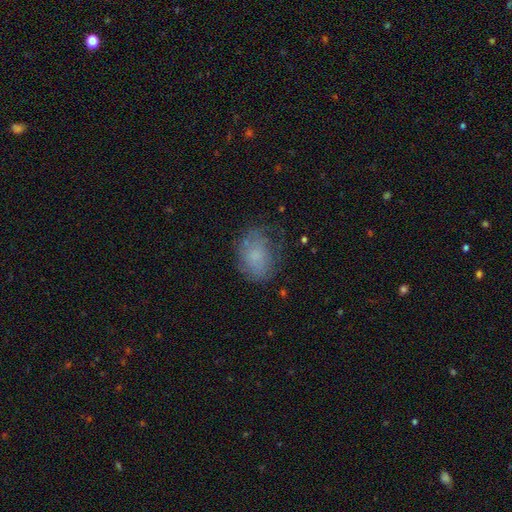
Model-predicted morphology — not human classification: This appears to be a smooth galaxy with no disk features (60%) that is in between round and cigar-shaped (70%). Merging: none (58%).